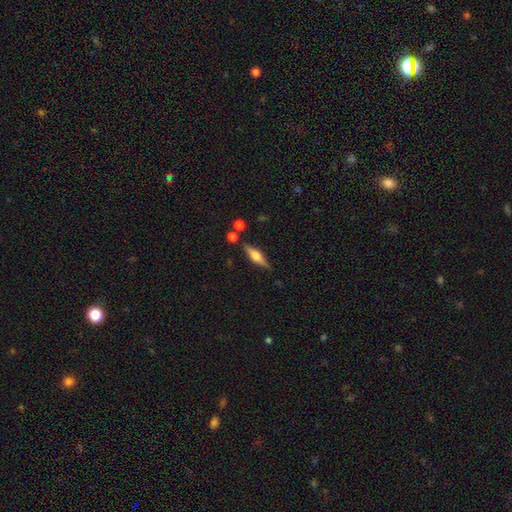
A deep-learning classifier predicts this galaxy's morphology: The model was most divided on "smooth or featured": featured or disk: 54%, smooth: 39%, star or artifact: 8%. More confident: edge-on disk — yes (94%); edge-on bulge — rounded (81%); merging — none (80%).